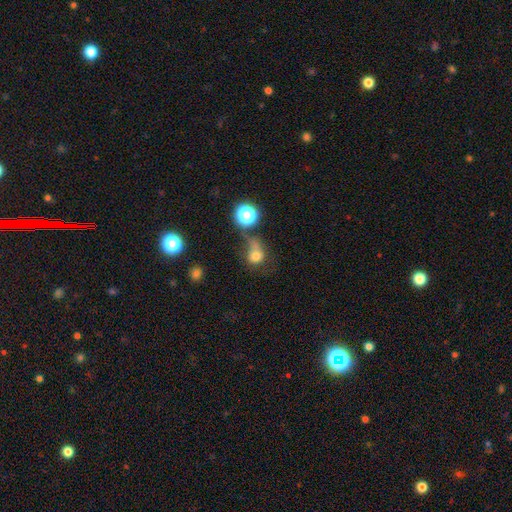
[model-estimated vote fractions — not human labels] Smooth or featured? smooth (70%)
How rounded? round (70%)
Merging? none (35%)